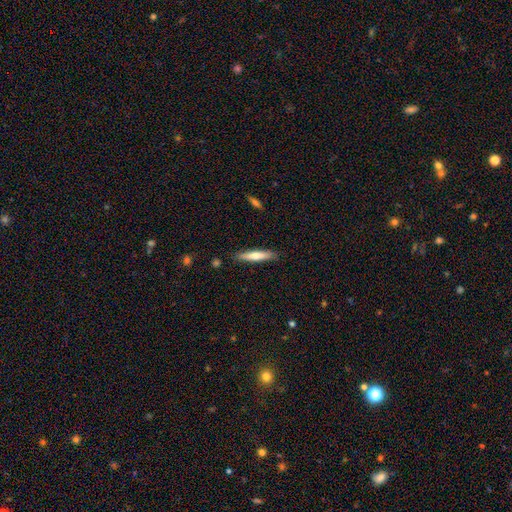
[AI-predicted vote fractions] This is likely a smooth galaxy (65%). How rounded: clearly cigar-shaped (88%). Merging: clearly none (88%).